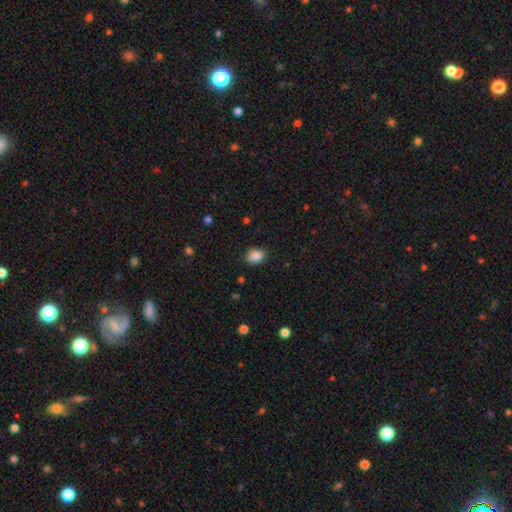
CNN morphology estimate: Smooth or featured? Predicted: smooth (p=0.87). How rounded? Predicted: in between (p=0.59). Merging? Predicted: none (p=0.84).